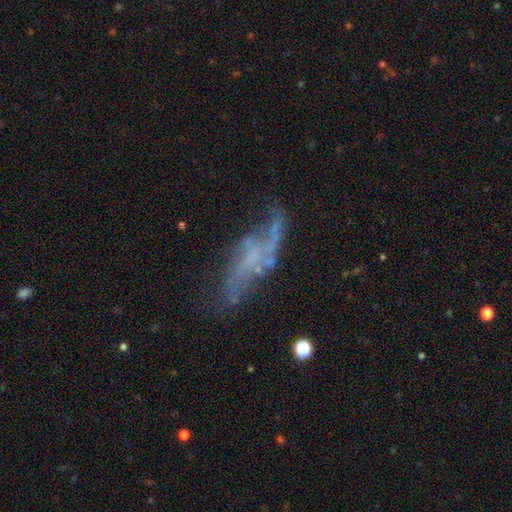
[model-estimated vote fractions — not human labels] This is likely a featured or disk galaxy (67%). It is clearly not viewed edge-on (82%). Bar: likely no (71%). Spiral arm pattern: possibly yes (60%). Central bulge: likely none (68%). Merging: marginally none (44%).